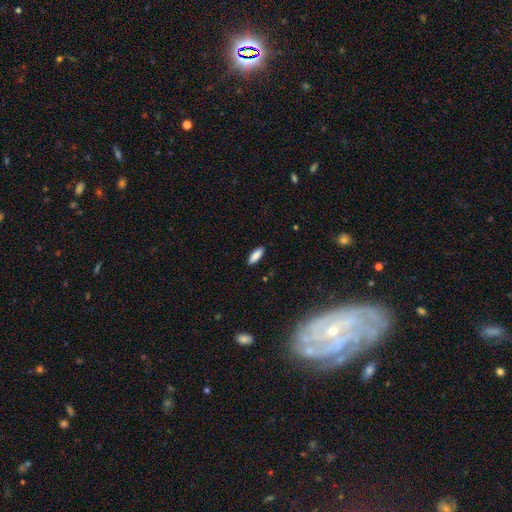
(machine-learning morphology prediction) Smooth or featured? Predicted: smooth (p=0.87). How rounded? Predicted: in between (p=0.63). Merging? Predicted: none (p=0.89).